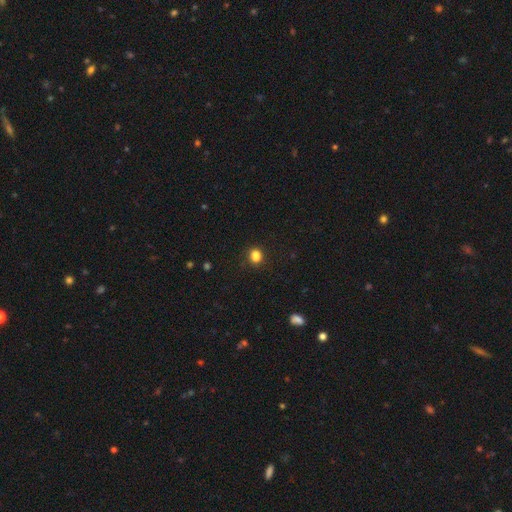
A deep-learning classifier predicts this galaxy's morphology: A smooth galaxy with no disk features (83%) that is round (58%).

Vote fractions:
- Smooth or featured? smooth: 83% / star or artifact: 13% / featured or disk: 4%
- How rounded? round: 58% / in between: 41% / cigar-shaped: 1%
- Merging? none: 78% / minor disturbance: 13% / merger: 5% / major disturbance: 4%